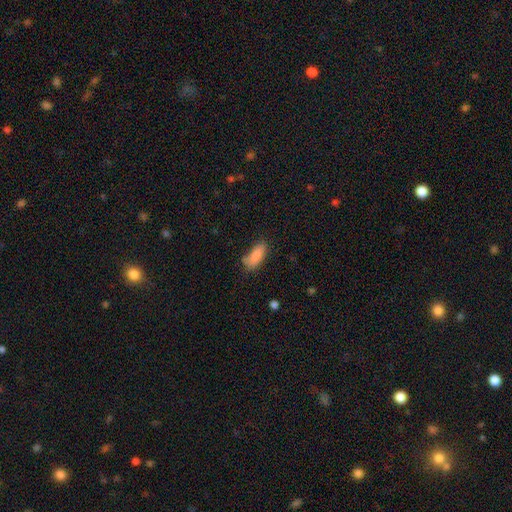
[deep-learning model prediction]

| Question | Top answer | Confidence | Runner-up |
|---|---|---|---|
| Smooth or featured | smooth | 85% | star or artifact (8%) |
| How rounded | in between | 82% | cigar-shaped (16%) |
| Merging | none | 56% | minor disturbance (27%) |